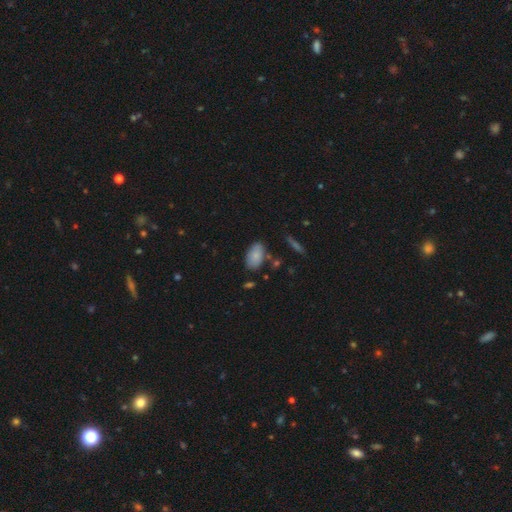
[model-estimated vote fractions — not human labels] This is clearly a smooth galaxy (83%). How rounded: clearly in between (93%). Merging: likely none (77%).